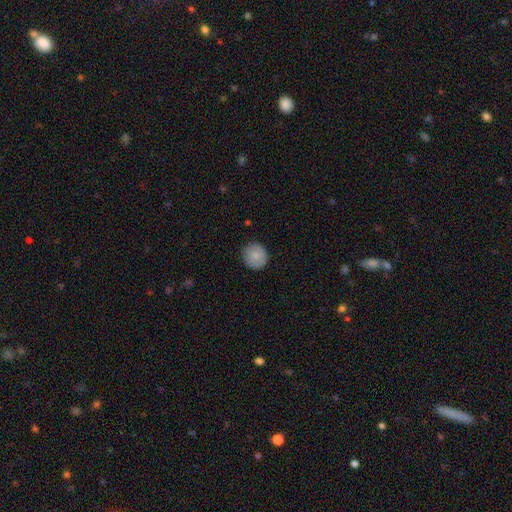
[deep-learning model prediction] smooth 83%, featured or disk 10%, star or artifact 7%. Down the decision tree: how rounded — round (92%); merging — none (87%).